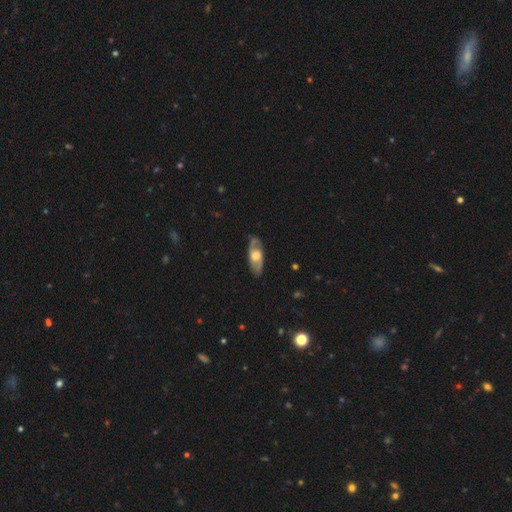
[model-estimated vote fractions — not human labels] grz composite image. It shows a featured or disk galaxy (63%). Merging: none (80%).